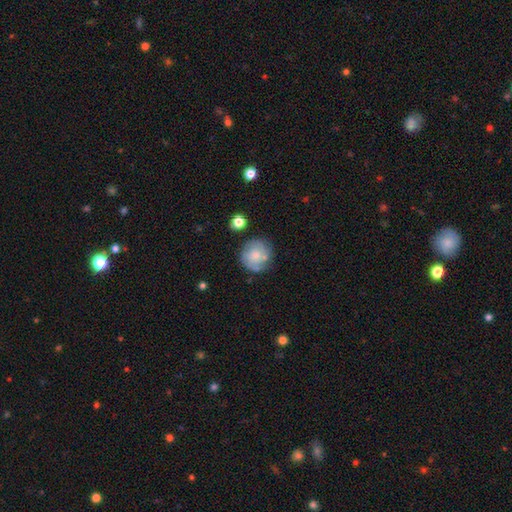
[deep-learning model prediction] This appears to be a featured or disk galaxy (47%). Merging: none (69%).